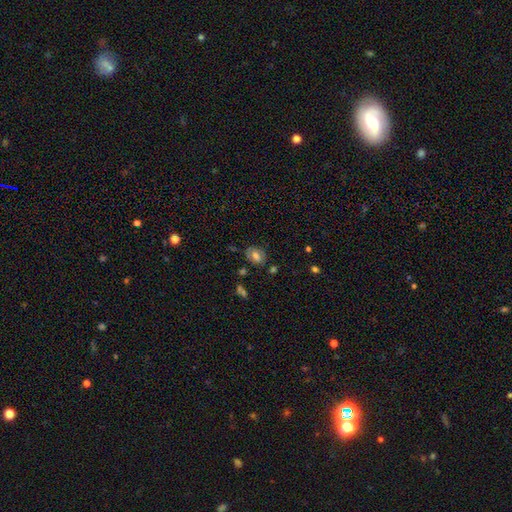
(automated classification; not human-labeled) This is possibly a smooth galaxy (56%). How rounded: likely in between (64%). Merging: likely none (70%).